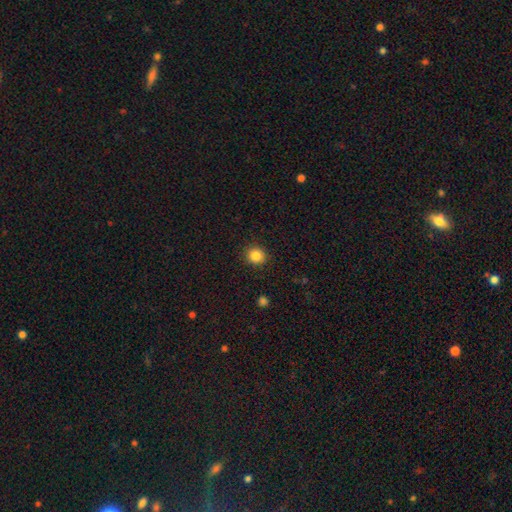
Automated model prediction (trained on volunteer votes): This appears to be a smooth galaxy with no disk features (85%) that is round (88%). Merging: none (91%).